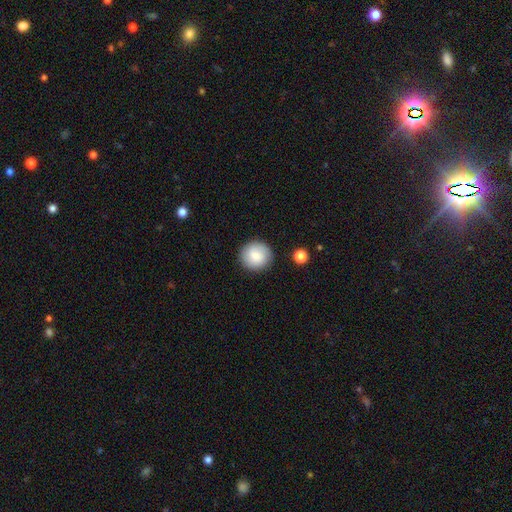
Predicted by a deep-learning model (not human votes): The model was most divided on "smooth or featured": smooth: 77%, featured or disk: 16%, star or artifact: 7%. More confident: how rounded — round (93%); merging — none (87%).